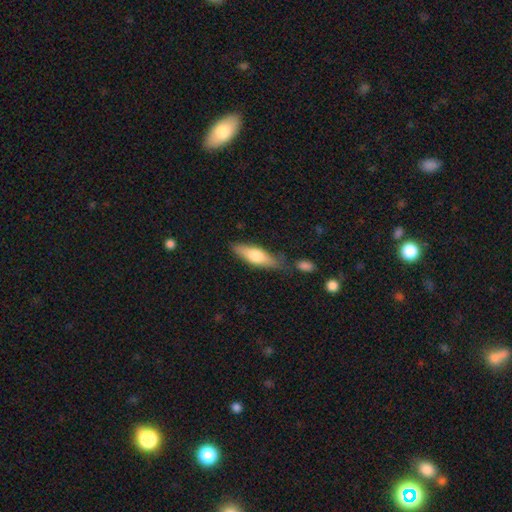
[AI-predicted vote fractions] This appears to be a smooth galaxy with no disk features (65%) that is cigar-shaped (50%). Merging: none (70%).